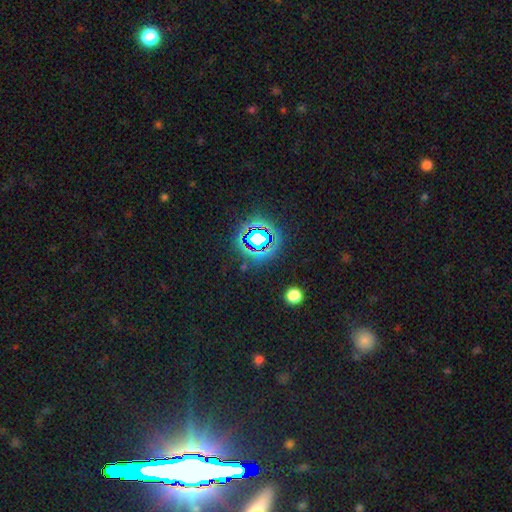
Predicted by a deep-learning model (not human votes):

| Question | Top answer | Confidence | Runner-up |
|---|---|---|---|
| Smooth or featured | star or artifact | 77% | smooth (14%) |